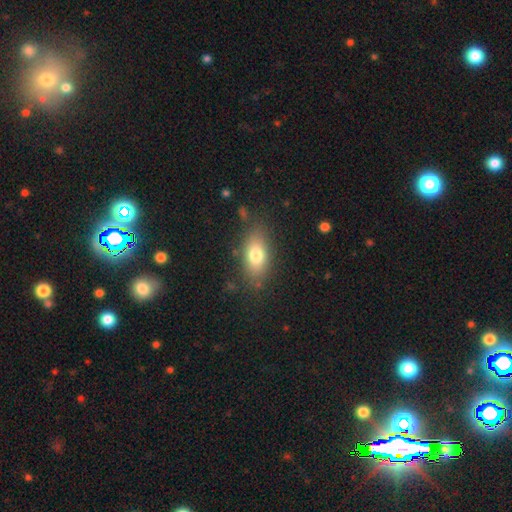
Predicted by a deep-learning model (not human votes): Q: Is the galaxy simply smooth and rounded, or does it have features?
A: smooth — 71%.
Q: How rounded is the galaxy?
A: in between — 82%.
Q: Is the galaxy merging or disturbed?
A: none — 82%.